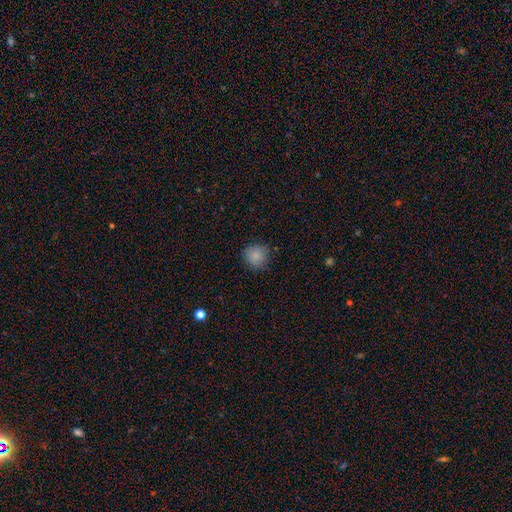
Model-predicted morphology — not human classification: Q: Smooth or featured?
A: smooth (84%); runner-up: star or artifact (11%)
Q: How rounded?
A: round (91%); runner-up: in between (8%)
Q: Merging?
A: none (85%); runner-up: minor disturbance (11%)